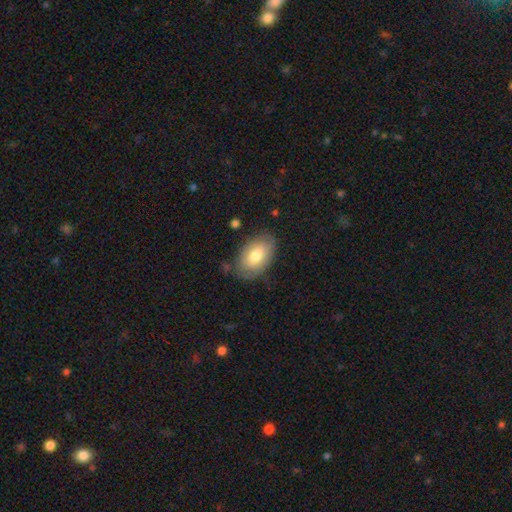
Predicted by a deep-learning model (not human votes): smooth-or-featured: smooth: 74% | featured or disk: 20% | star or artifact: 6%
  how-rounded: in between: 92% | round: 7% | cigar-shaped: 1%
  merging: none: 76% | minor disturbance: 17% | major disturbance: 4% | merger: 2%